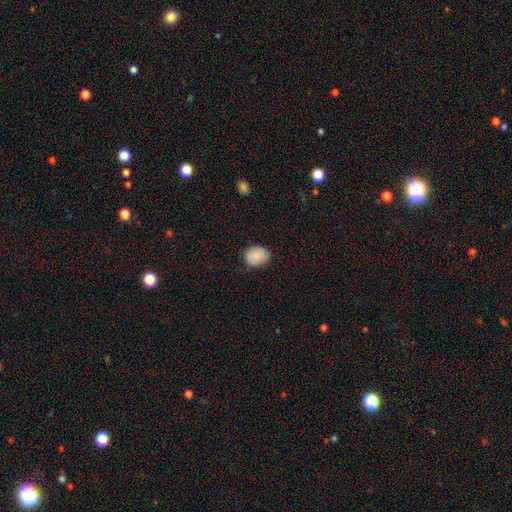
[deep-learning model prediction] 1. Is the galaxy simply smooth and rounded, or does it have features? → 87% smooth, 7% star or artifact, 6% featured or disk.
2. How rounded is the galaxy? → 53% round, 47% in between, 1% cigar-shaped.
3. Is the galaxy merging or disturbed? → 74% none, 21% minor disturbance, 4% major disturbance, 1% merger.